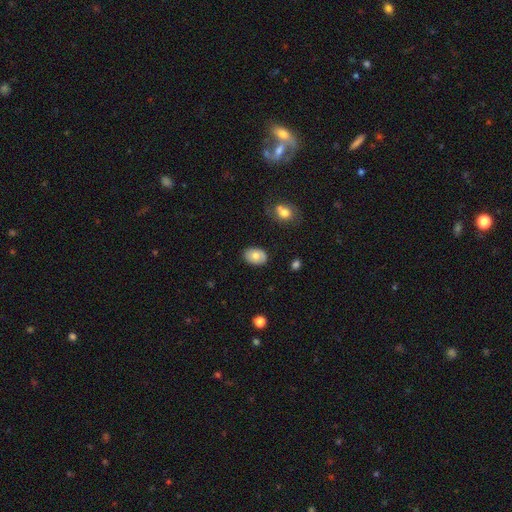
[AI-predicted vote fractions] Smooth or featured?
  - smooth: 75% *
  - featured or disk: 18%
  - star or artifact: 7%
How rounded?
  - in between: 84% *
  - round: 15%
  - cigar-shaped: 1%
Merging?
  - none: 84% *
  - minor disturbance: 12%
  - major disturbance: 3%
  - merger: 2%